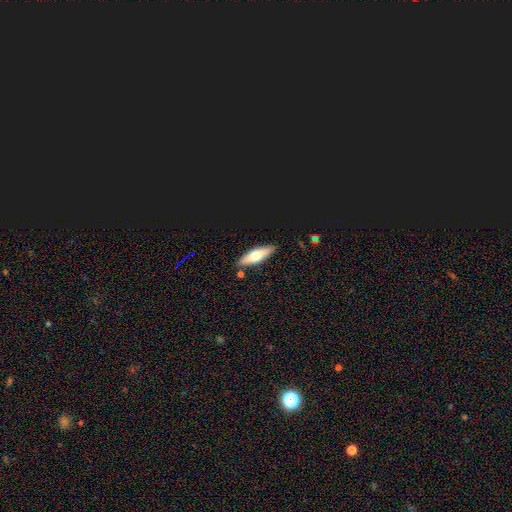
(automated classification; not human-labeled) A smooth galaxy with no disk features (59%) that is in between round and cigar-shaped (53%).

Vote fractions:
- Smooth or featured? smooth: 59% / featured or disk: 33% / star or artifact: 7%
- How rounded? in between: 53% / cigar-shaped: 44% / round: 2%
- Merging? none: 86% / minor disturbance: 9% / merger: 3% / major disturbance: 2%